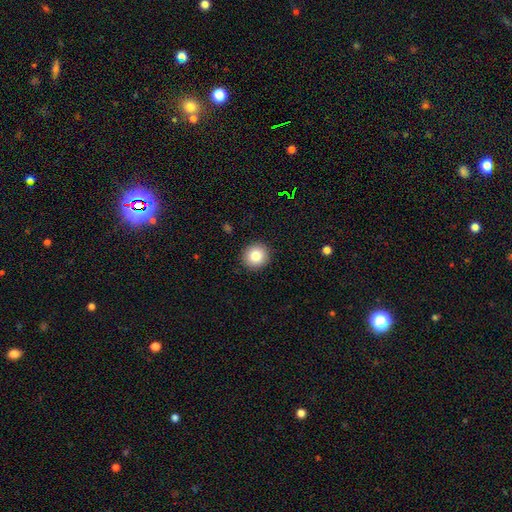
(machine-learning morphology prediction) smooth-or-featured: smooth: 82% | star or artifact: 10% | featured or disk: 8%
  how-rounded: round: 91% | in between: 8% | cigar-shaped: 1%
  merging: none: 92% | minor disturbance: 6% | major disturbance: 2% | merger: 1%